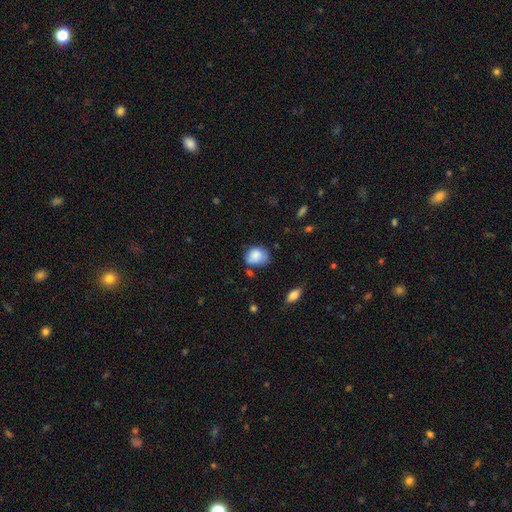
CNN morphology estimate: A smooth galaxy with no disk features (81%) that is in between round and cigar-shaped (54%).

Vote fractions:
- Smooth or featured? smooth: 81% / featured or disk: 11% / star or artifact: 8%
- How rounded? in between: 54% / round: 45% / cigar-shaped: 1%
- Merging? none: 49% / minor disturbance: 34% / major disturbance: 11% / merger: 7%